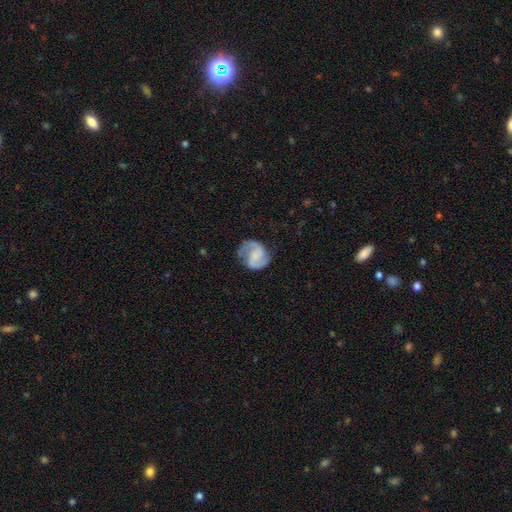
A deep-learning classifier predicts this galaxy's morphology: Smooth or featured: featured or disk — 83% (smooth — 12%)
Edge-on disk: no — 98% (yes — 2%)
Bar: no — 54% (weak — 36%)
Spiral arms: yes — 97% (no — 3%)
Spiral winding: medium — 52% (tight — 27%)
Spiral arm count: 2 — 91% (can't tell — 3%)
Bulge size: none — 48% (small — 29%)
Merging: none — 73% (minor disturbance — 17%)